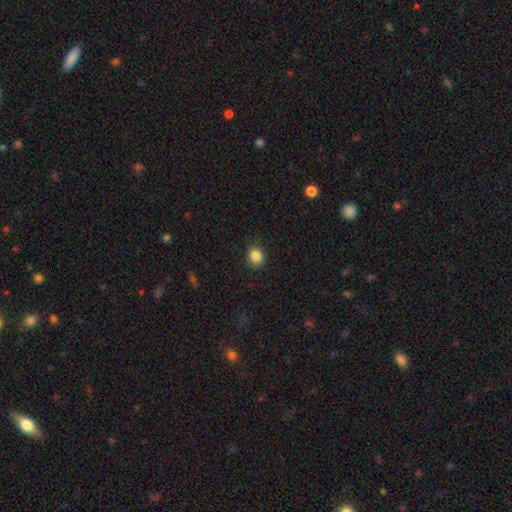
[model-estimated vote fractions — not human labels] A smooth galaxy with no disk features (85%) that is round (73%).

Vote fractions:
- Smooth or featured? smooth: 85% / star or artifact: 10% / featured or disk: 4%
- How rounded? round: 73% / in between: 26% / cigar-shaped: 1%
- Merging? none: 85% / minor disturbance: 12% / major disturbance: 3% / merger: 1%